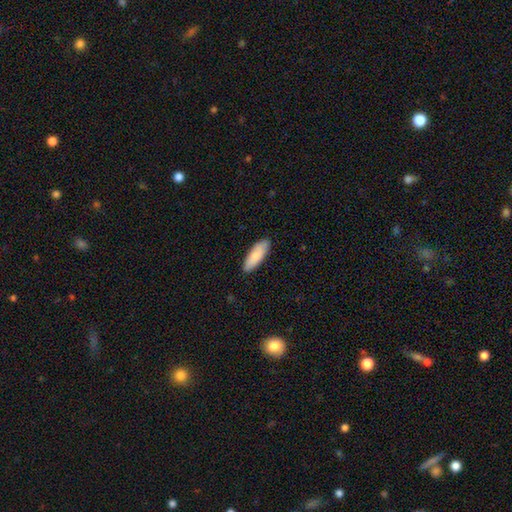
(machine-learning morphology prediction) The model was most divided on "how rounded": in between: 63%, cigar-shaped: 36%, round: 2%. More confident: merging — none (87%); smooth or featured — smooth (85%).